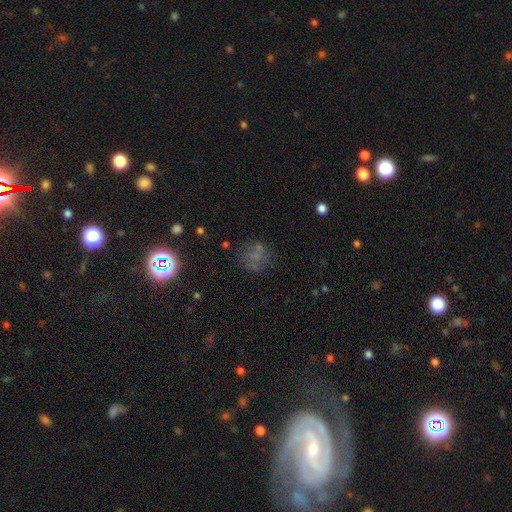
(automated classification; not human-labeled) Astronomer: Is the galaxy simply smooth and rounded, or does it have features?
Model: smooth — 54%.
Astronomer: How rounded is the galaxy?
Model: round — 78%.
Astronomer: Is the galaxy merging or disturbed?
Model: none — 63%.